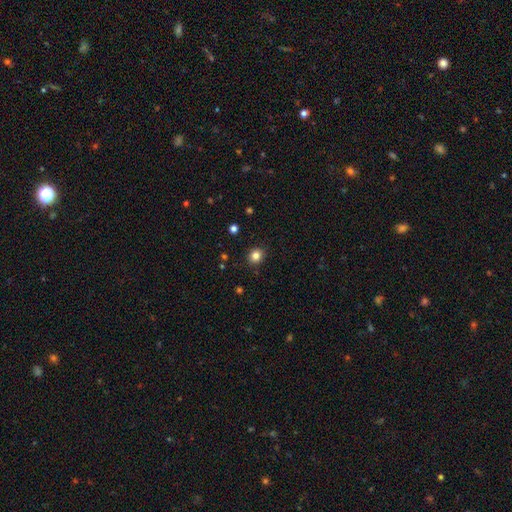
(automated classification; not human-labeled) smooth 83%, star or artifact 12%, featured or disk 5%. Down the decision tree: how rounded — round (76%); merging — none (90%).